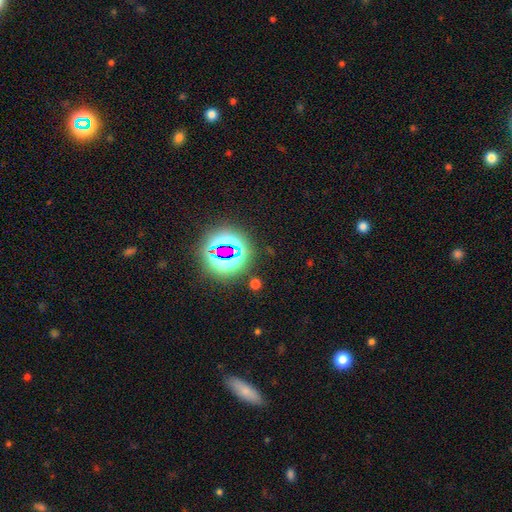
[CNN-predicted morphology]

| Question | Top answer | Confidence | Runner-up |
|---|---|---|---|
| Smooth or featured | star or artifact | 72% | smooth (18%) |